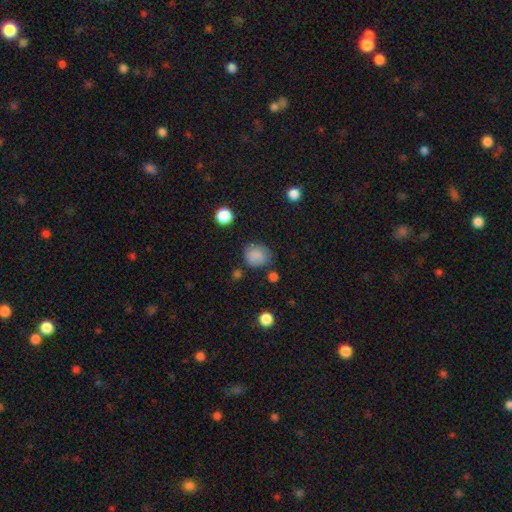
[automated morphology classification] Smooth or featured? Predicted: smooth (p=0.83). How rounded? Predicted: round (p=0.67). Merging? Predicted: none (p=0.66).